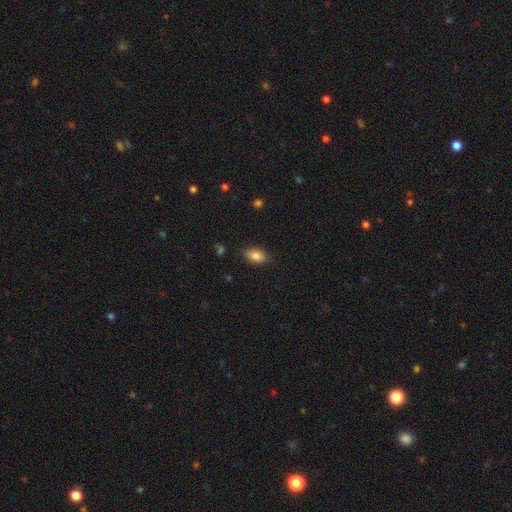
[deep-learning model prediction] Morphology: type=smooth (84%); roundness=in between (89%); merging=none (85%).